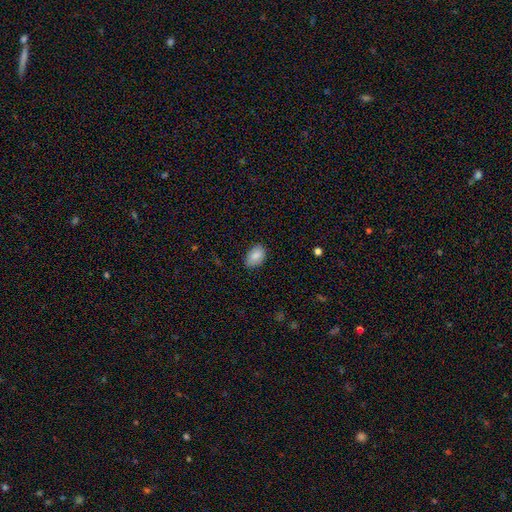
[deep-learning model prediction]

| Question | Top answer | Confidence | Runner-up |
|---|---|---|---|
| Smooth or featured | smooth | 86% | star or artifact (7%) |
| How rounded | in between | 87% | round (12%) |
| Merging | none | 81% | minor disturbance (15%) |